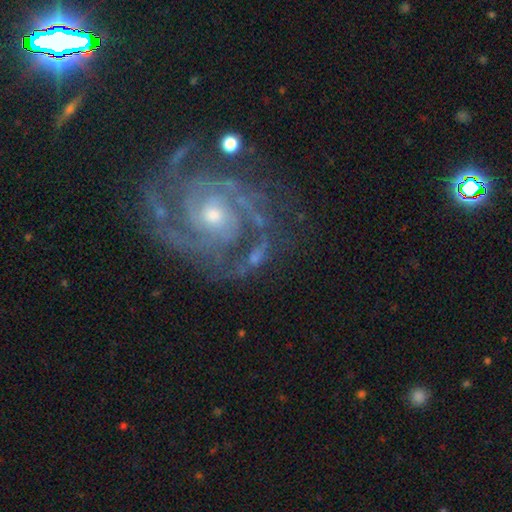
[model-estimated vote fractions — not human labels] featured or disk 91%, star or artifact 6%, smooth 4%. Down the decision tree: edge-on disk — no (98%); bar — no (71%); spiral arms — yes (98%); spiral arm count — 2 (37%); spiral winding — tight (64%); bulge size — small (49%); merging — none (69%).